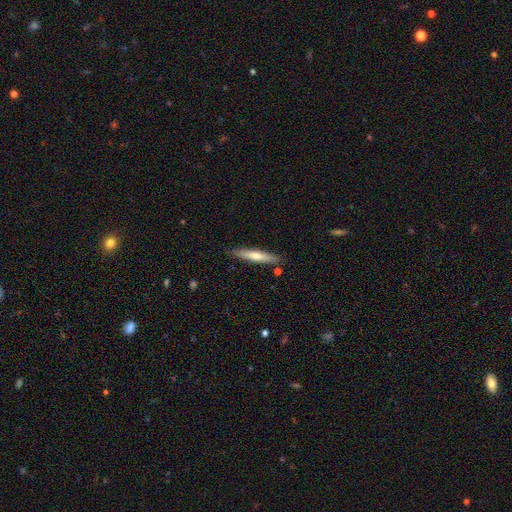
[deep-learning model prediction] This is possibly a smooth galaxy (51%). How rounded: clearly cigar-shaped (93%). Merging: clearly none (88%).